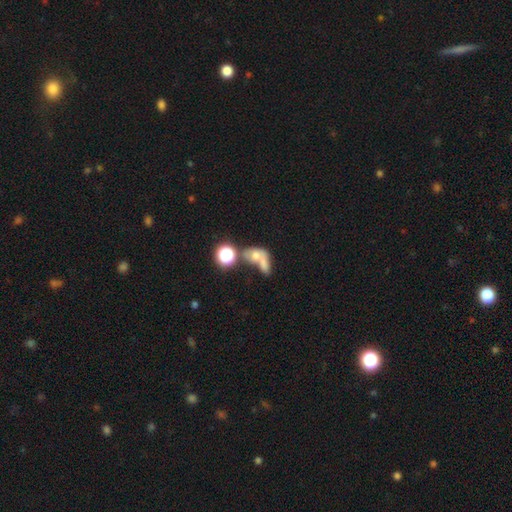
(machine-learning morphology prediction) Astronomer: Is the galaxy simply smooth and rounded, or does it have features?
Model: smooth — 60%.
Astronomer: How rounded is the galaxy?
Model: in between — 66%.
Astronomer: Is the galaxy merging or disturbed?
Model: merger — 61%.